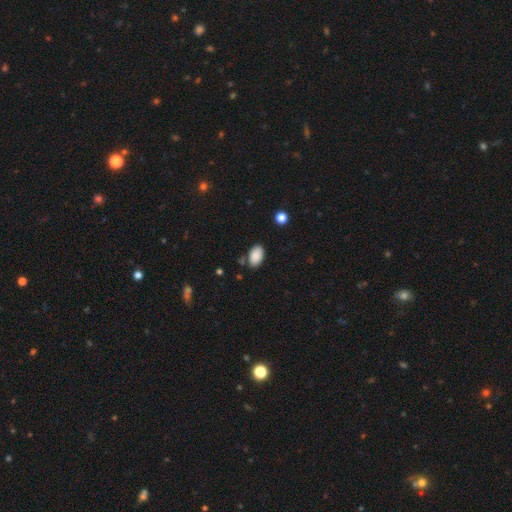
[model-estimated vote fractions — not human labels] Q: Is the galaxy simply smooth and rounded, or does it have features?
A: smooth — 88%.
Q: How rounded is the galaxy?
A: in between — 93%.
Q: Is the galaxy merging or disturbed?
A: none — 78%.